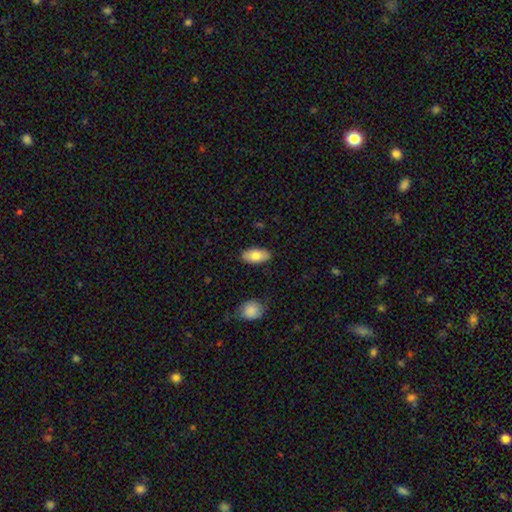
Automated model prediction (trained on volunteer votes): This appears to be a smooth galaxy with no disk features (77%) that is in between round and cigar-shaped (92%). Merging: none (87%).